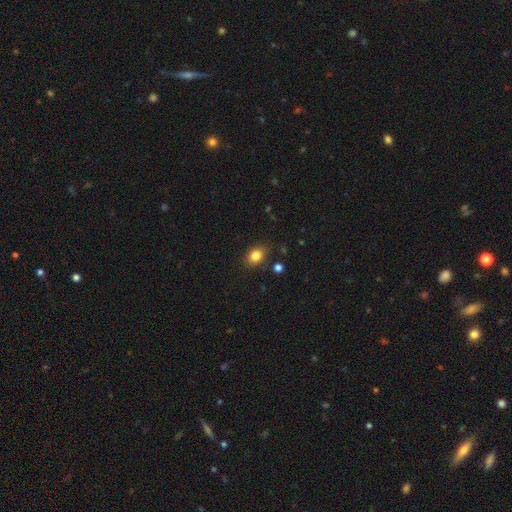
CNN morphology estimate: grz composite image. It shows a smooth galaxy with no disk features (83%) that is in between round and cigar-shaped (67%). Merging: none (82%).